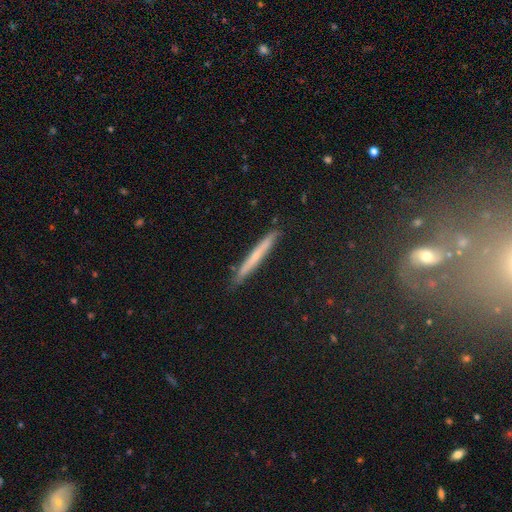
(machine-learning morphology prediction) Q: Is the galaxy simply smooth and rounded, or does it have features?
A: smooth — 46%.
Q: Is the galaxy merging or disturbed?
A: none — 89%.